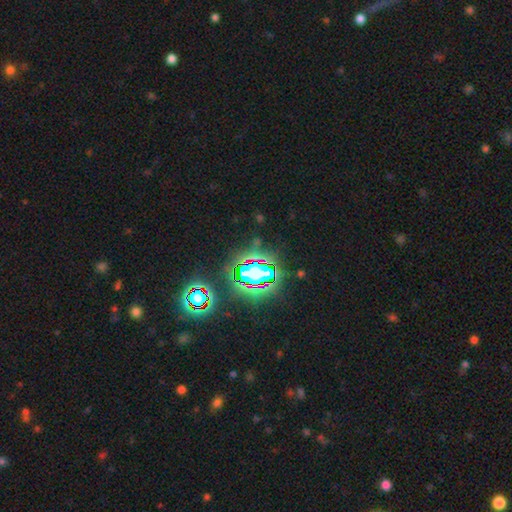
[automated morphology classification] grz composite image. It shows a star or artifact, not a galaxy (82%).